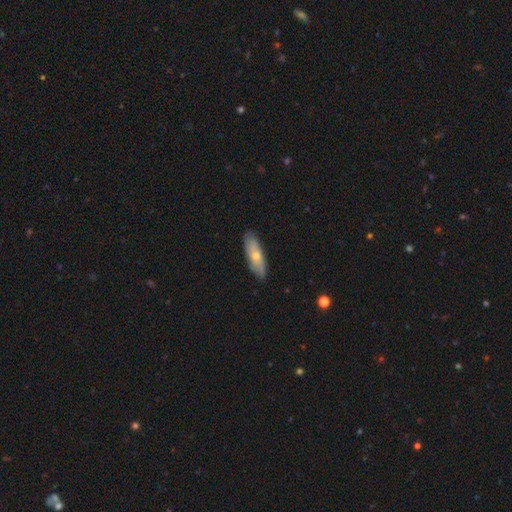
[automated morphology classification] The model was most divided on "how rounded": in between: 53%, cigar-shaped: 45%, round: 2%. More confident: merging — none (84%); smooth or featured — smooth (60%).